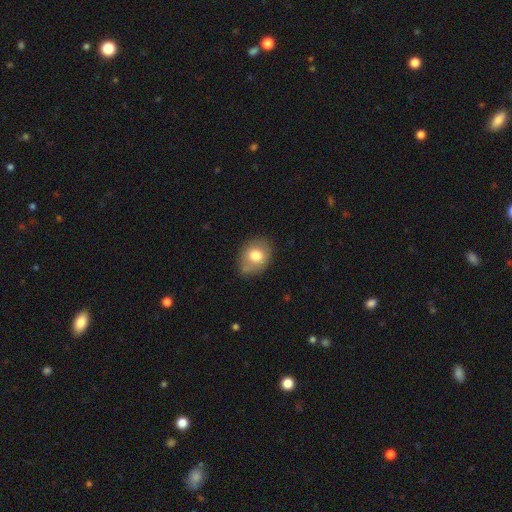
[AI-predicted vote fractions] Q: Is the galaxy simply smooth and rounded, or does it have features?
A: smooth — 77%.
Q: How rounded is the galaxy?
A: in between — 52%.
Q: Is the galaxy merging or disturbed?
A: none — 64%.